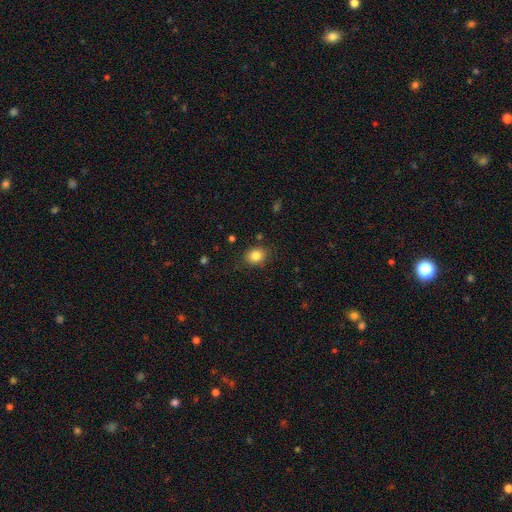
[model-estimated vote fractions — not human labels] Q: Smooth or featured?
A: smooth (83%); runner-up: star or artifact (10%)
Q: How rounded?
A: round (59%); runner-up: in between (40%)
Q: Merging?
A: none (85%); runner-up: minor disturbance (11%)